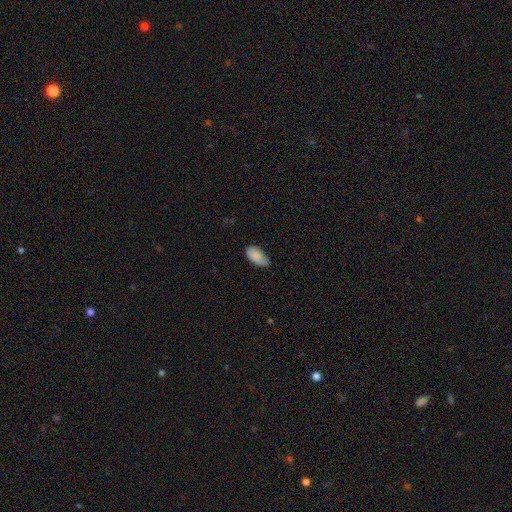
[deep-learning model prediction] This appears to be a smooth galaxy with no disk features (87%) that is in between round and cigar-shaped (95%). Merging: none (60%).